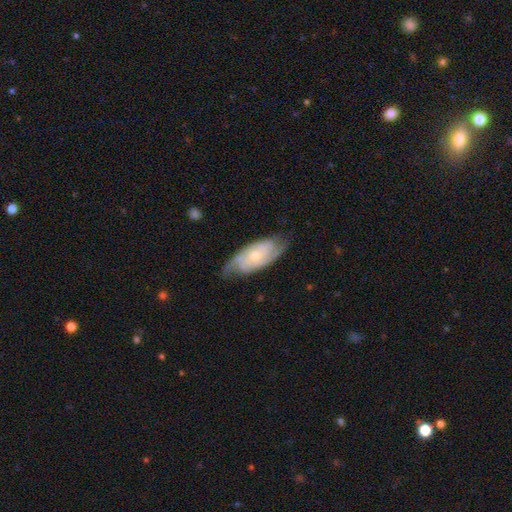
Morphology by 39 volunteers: smooth_or_featured: featured or disk (p=0.95) [alt: smooth p=0.03]
disk_edge_on: no (p=0.97) [alt: yes p=0.03]
bar: no (p=0.67) [alt: weak p=0.28]
has_spiral_arms: yes (p=0.92) [alt: no p=0.08]
spiral_winding: tight (p=0.45) [tied with: medium p=0.45]
spiral_arm_count: 2 (p=0.91) [alt: can't tell p=0.06]
bulge_size: small (p=0.69) [alt: moderate p=0.31]
merging: none (p=0.87) [alt: minor disturbance p=0.13]